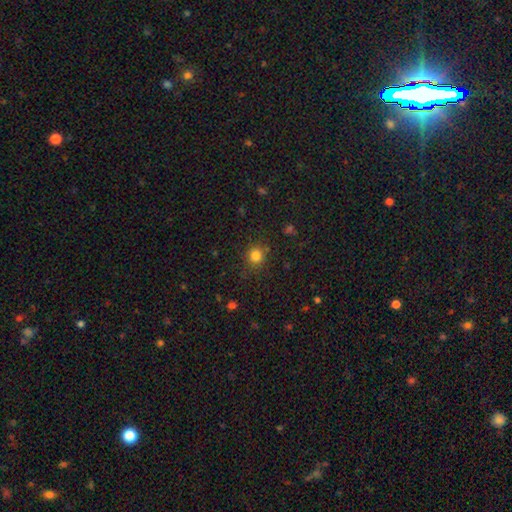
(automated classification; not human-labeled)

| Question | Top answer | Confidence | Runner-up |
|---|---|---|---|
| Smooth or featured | smooth | 81% | star or artifact (14%) |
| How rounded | round | 89% | in between (10%) |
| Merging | none | 82% | minor disturbance (11%) |